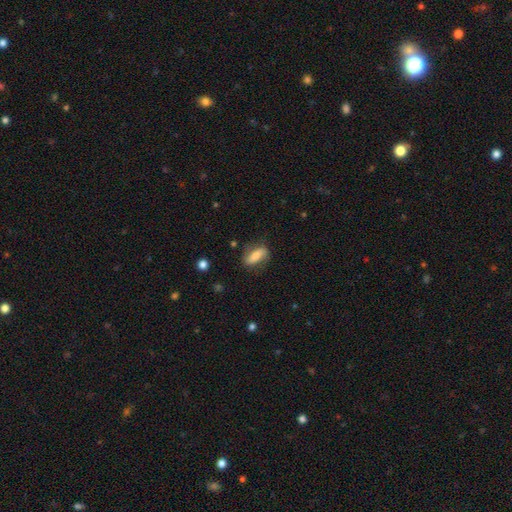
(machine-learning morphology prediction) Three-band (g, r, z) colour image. It shows a smooth galaxy with no disk features (59%) that is in between round and cigar-shaped (70%). Merging: none (75%).